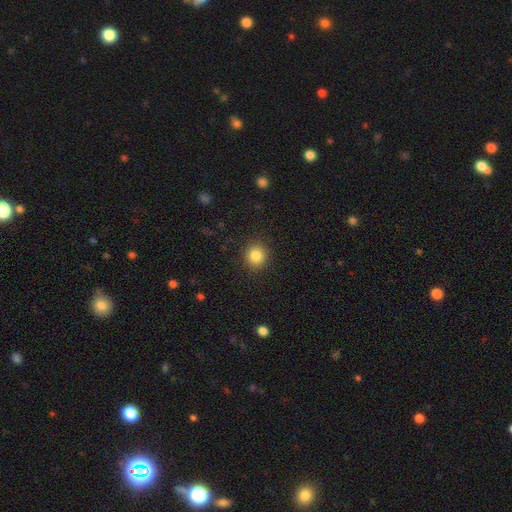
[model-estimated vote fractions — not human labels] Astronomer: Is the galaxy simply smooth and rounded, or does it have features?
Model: smooth — 84%.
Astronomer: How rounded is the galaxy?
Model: round — 89%.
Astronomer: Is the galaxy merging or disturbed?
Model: none — 90%.